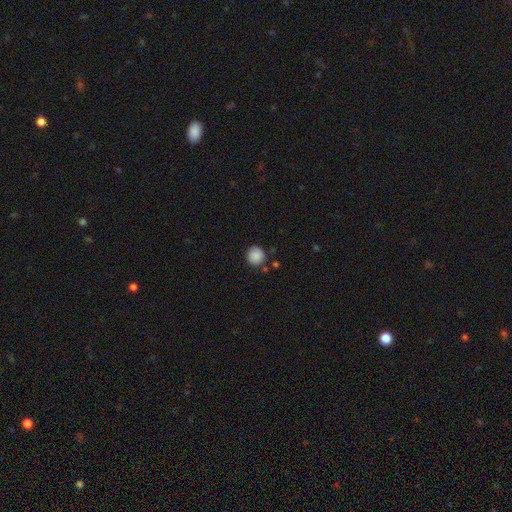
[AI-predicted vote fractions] Smooth or featured?
  - smooth: 88% *
  - star or artifact: 9%
  - featured or disk: 3%
How rounded?
  - round: 94% *
  - in between: 5%
  - cigar-shaped: 1%
Merging?
  - none: 85% *
  - minor disturbance: 9%
  - merger: 4%
  - major disturbance: 2%